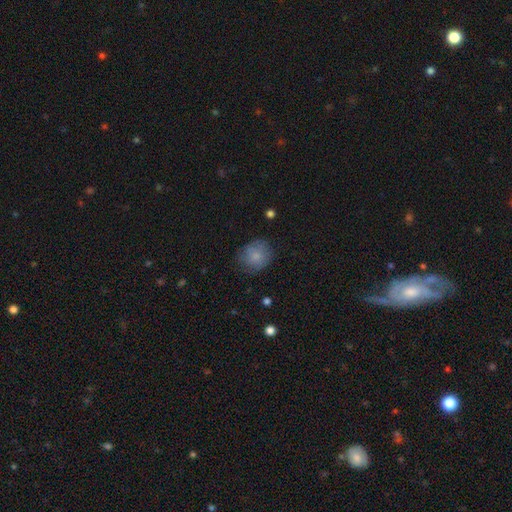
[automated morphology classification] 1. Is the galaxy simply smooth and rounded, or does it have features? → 78% smooth, 14% featured or disk, 8% star or artifact.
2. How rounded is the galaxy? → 75% round, 24% in between, 1% cigar-shaped.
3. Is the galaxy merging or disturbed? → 69% none, 22% minor disturbance, 7% major disturbance, 1% merger.